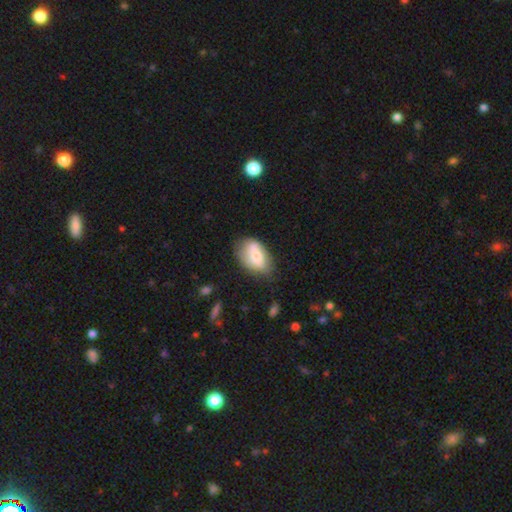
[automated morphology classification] A smooth galaxy with no disk features (65%) that is in between round and cigar-shaped (89%). Merging: none (56%).